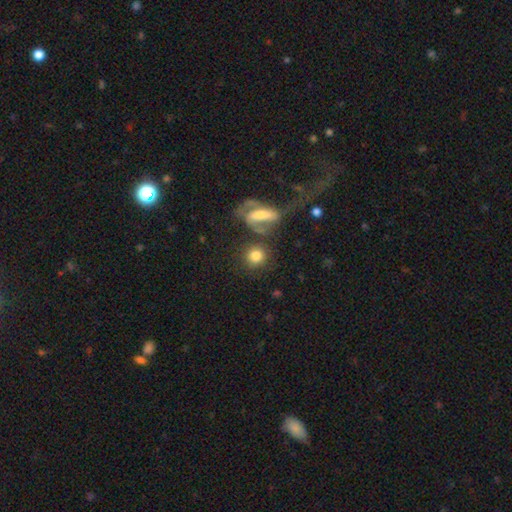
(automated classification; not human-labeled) Overall: smooth (76%). How rounded: round (85%). Merging: none (60%).